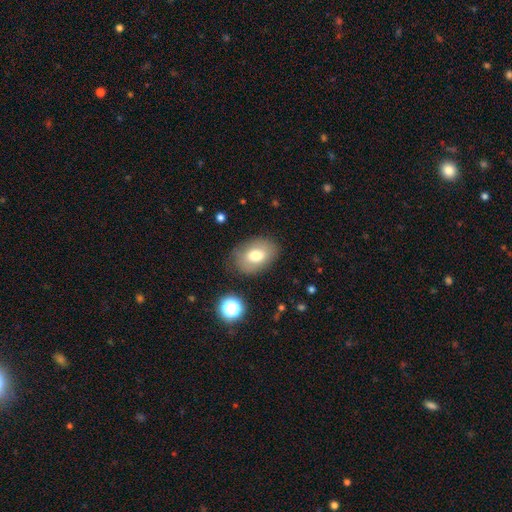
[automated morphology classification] smooth_or_featured: smooth (p=0.72) [alt: featured or disk p=0.18]
how_rounded: in between (p=0.79) [alt: round p=0.20]
merging: none (p=0.78) [alt: minor disturbance p=0.15]